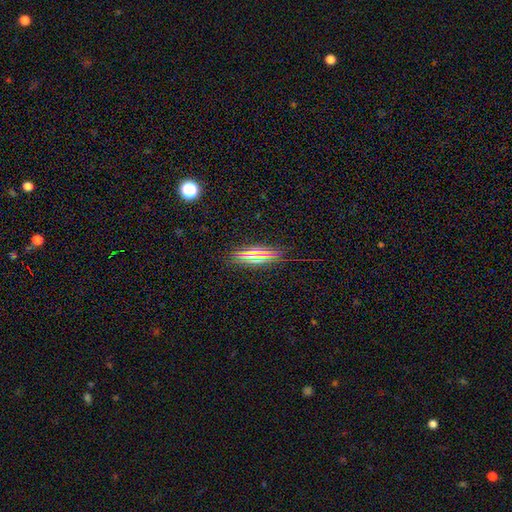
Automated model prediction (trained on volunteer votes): Smooth or featured?
  - smooth: 57% *
  - star or artifact: 22%
  - featured or disk: 20%
How rounded?
  - in between: 71% *
  - cigar-shaped: 21%
  - round: 8%
Merging?
  - none: 83% *
  - minor disturbance: 11%
  - major disturbance: 4%
  - merger: 2%